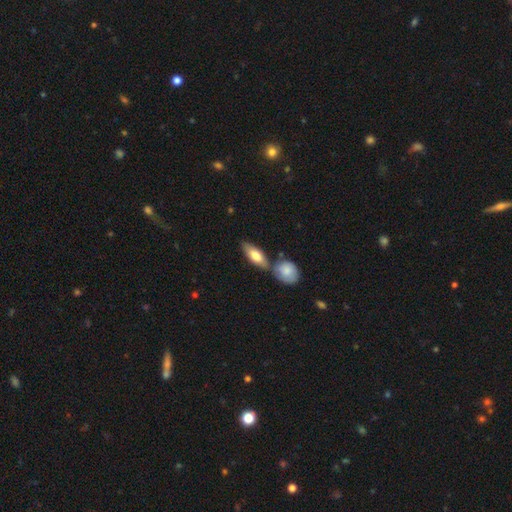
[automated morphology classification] smooth_or_featured: smooth (p=0.73) [alt: featured or disk p=0.22]
how_rounded: in between (p=0.75) [alt: cigar-shaped p=0.22]
merging: none (p=0.55) [alt: merger p=0.28]